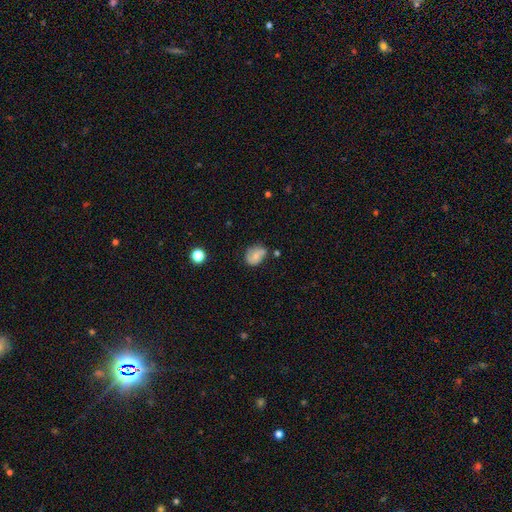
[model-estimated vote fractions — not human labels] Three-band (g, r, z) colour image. It shows a smooth galaxy with no disk features (59%) that is in between round and cigar-shaped (61%). Merging: none (51%).